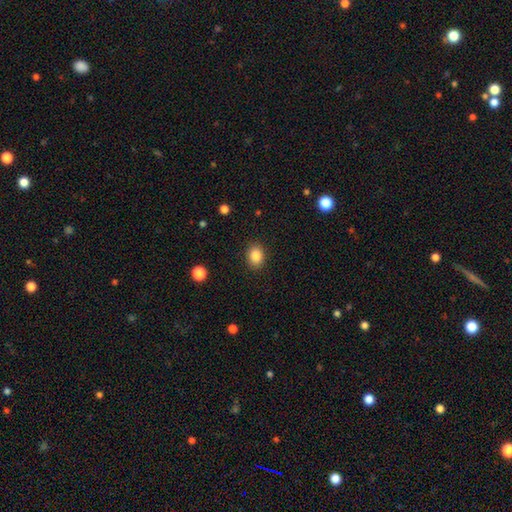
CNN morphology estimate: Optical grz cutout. It shows a smooth galaxy with no disk features (86%) that is in between round and cigar-shaped (56%). Merging: none (89%).